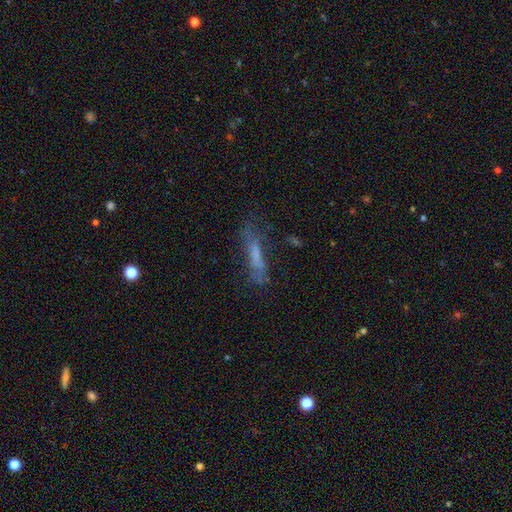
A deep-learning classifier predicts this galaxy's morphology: smooth 47%, featured or disk 40%, star or artifact 13%. Down the decision tree: merging — none (56%).